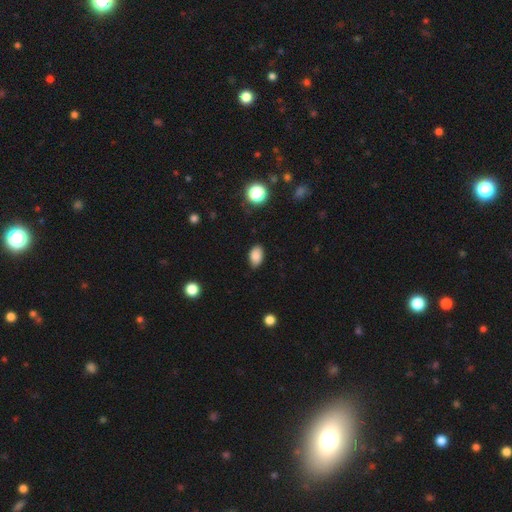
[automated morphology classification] type=smooth (86%); roundness=in between (89%); merging=none (82%).